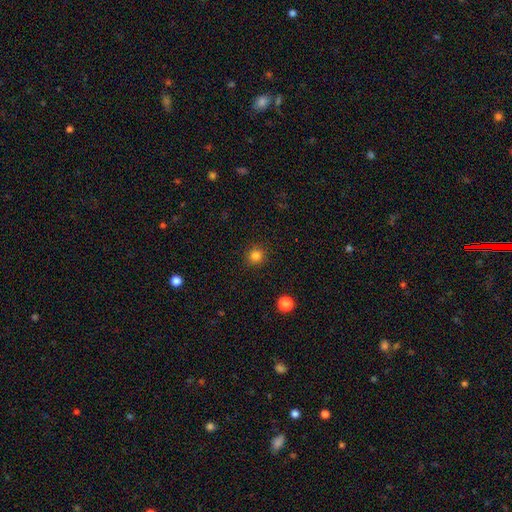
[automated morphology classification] Smooth or featured? smooth (83%)
How rounded? round (93%)
Merging? none (91%)